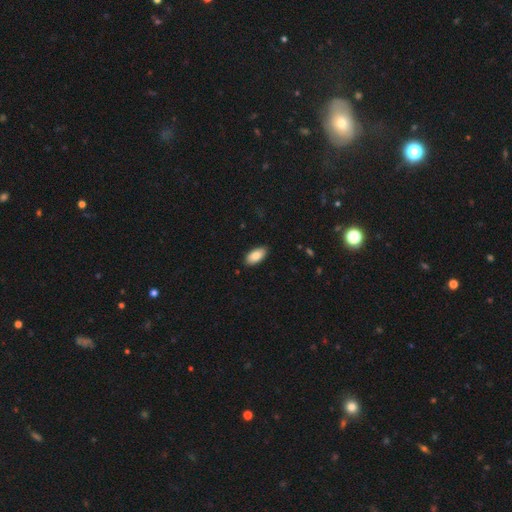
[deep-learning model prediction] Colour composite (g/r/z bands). It shows a smooth galaxy with no disk features (86%) that is in between round and cigar-shaped (93%). Merging: none (88%).